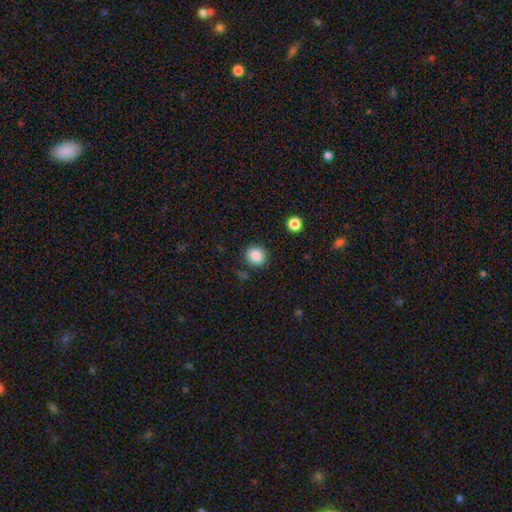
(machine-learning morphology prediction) The model was most divided on "how rounded": round: 86%, in between: 14%, cigar-shaped: 1%. More confident: merging — none (87%); smooth or featured — smooth (87%).